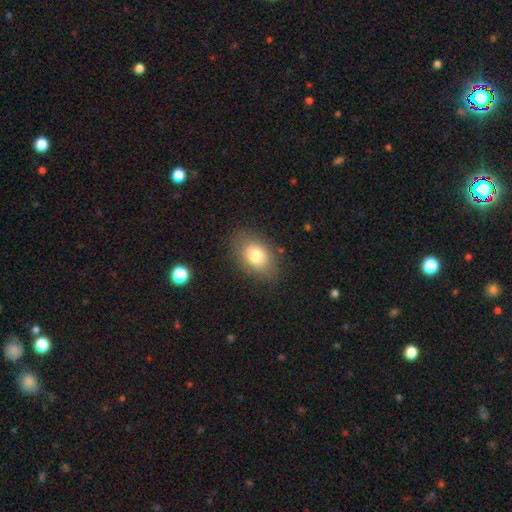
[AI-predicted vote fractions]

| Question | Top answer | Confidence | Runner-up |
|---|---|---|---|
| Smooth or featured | smooth | 78% | featured or disk (13%) |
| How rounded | in between | 84% | round (15%) |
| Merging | none | 82% | minor disturbance (12%) |